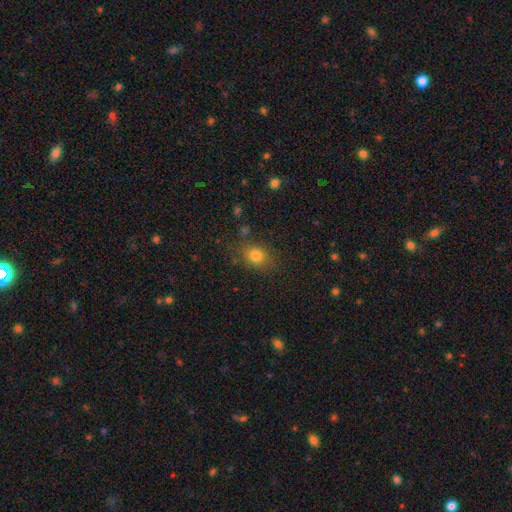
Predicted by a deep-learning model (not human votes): This appears to be a smooth galaxy with no disk features (80%) that is in between round and cigar-shaped (49%, tied with round). Merging: none (78%).